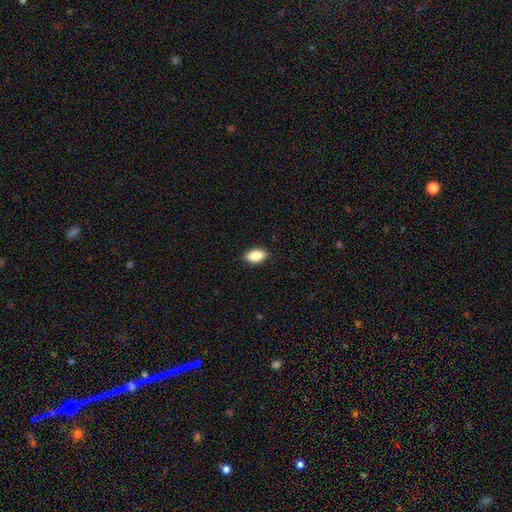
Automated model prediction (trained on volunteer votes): A smooth galaxy with no disk features (87%) that is in between round and cigar-shaped (91%).

Vote fractions:
- Smooth or featured? smooth: 87% / star or artifact: 7% / featured or disk: 6%
- How rounded? in between: 91% / round: 4% / cigar-shaped: 4%
- Merging? none: 88% / minor disturbance: 9% / major disturbance: 2% / merger: 1%